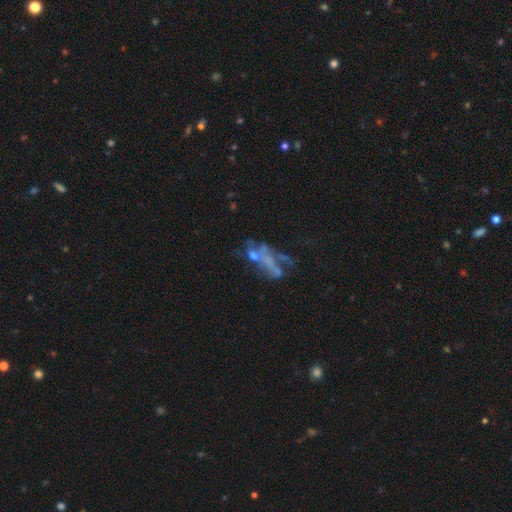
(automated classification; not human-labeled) smooth-or-featured: featured or disk: 56% | smooth: 23% | star or artifact: 21%
  disk-edge-on: no: 89% | yes: 11%
  merging: major disturbance: 35% | merger: 27% | none: 26% | minor disturbance: 12%